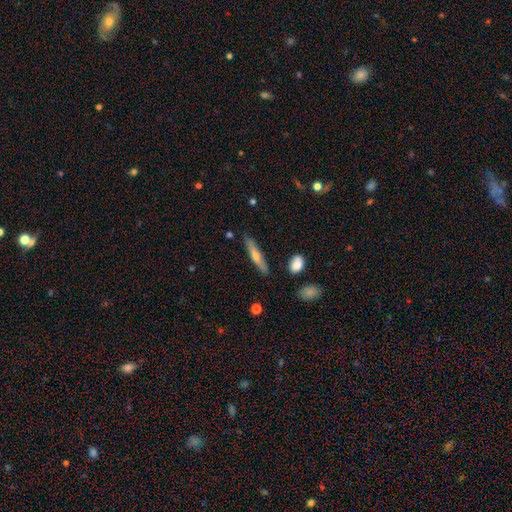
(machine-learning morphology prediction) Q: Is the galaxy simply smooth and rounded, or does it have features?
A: smooth — 47%.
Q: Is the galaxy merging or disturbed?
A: none — 85%.